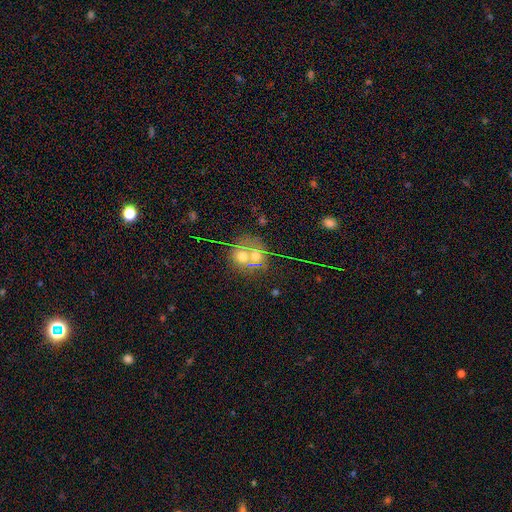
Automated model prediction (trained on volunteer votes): smooth-or-featured: smooth: 55% | featured or disk: 26% | star or artifact: 18%
  how-rounded: round: 75% | in between: 24% | cigar-shaped: 1%
  merging: merger: 52% | none: 34% | minor disturbance: 8% | major disturbance: 6%